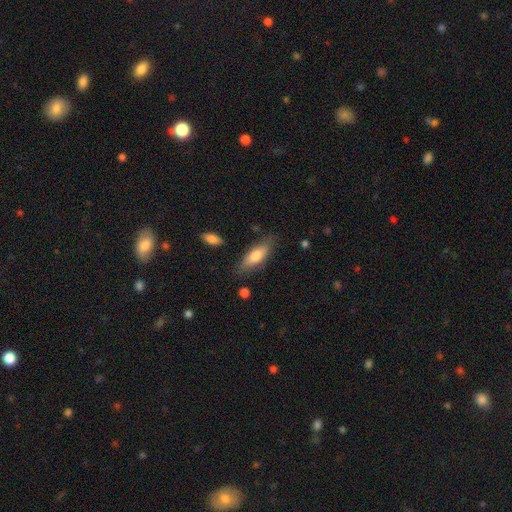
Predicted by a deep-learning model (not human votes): smooth_or_featured: smooth (p=0.73) [alt: featured or disk p=0.21]
how_rounded: in between (p=0.66) [alt: cigar-shaped p=0.32]
merging: none (p=0.75) [alt: minor disturbance p=0.18]